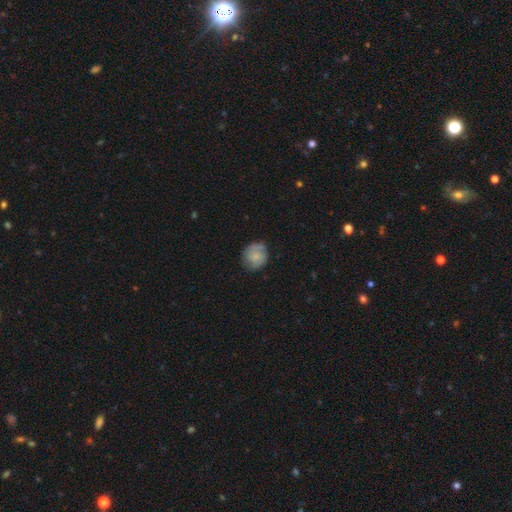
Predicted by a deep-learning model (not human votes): Q: Smooth or featured?
A: smooth (55%); runner-up: featured or disk (37%)
Q: How rounded?
A: round (79%); runner-up: in between (20%)
Q: Merging?
A: none (68%); runner-up: minor disturbance (23%)